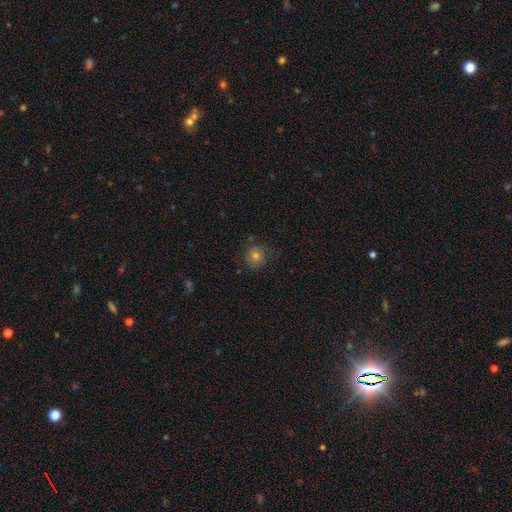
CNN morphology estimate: Overall: smooth (71%). How rounded: round (91%). Merging: none (81%).